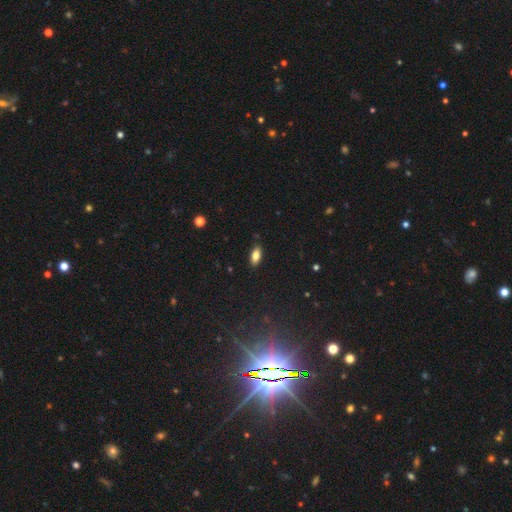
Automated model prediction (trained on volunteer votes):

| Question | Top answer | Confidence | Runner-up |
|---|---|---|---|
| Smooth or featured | smooth | 81% | featured or disk (11%) |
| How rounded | in between | 89% | cigar-shaped (8%) |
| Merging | none | 87% | minor disturbance (9%) |